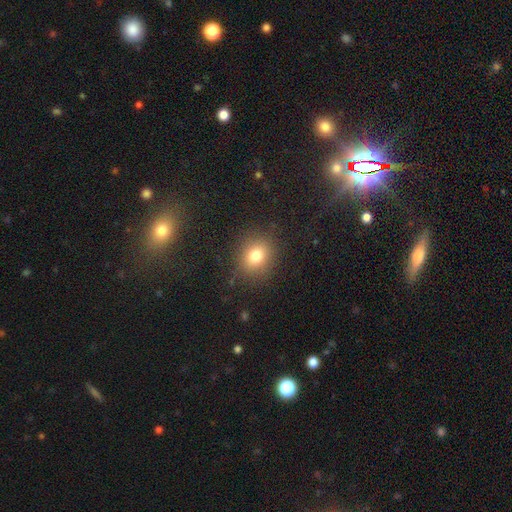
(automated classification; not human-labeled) This appears to be a smooth galaxy with no disk features (78%) that is round (63%). Merging: none (85%).